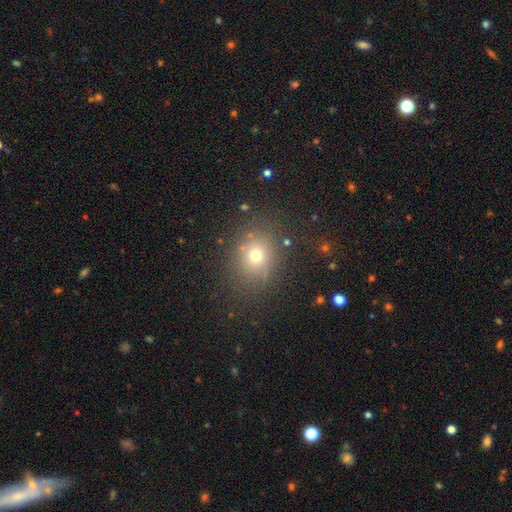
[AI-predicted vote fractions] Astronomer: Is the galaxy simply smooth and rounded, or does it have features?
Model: smooth — 68%.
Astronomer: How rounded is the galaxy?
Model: round — 62% (runner-up: in between, 37%).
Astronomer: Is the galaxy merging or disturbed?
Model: none — 81%.